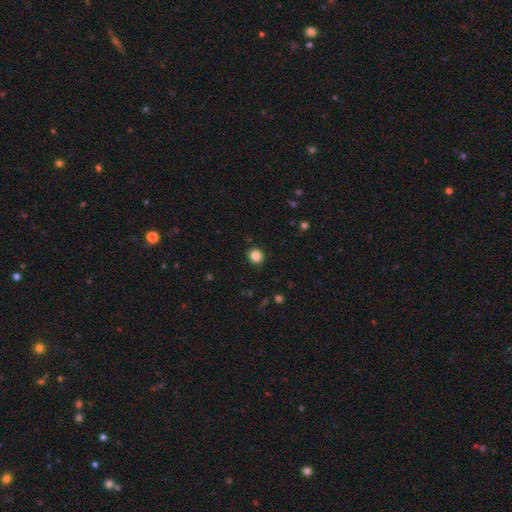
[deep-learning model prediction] Morphology: type=smooth (85%); roundness=round (86%); merging=none (91%).